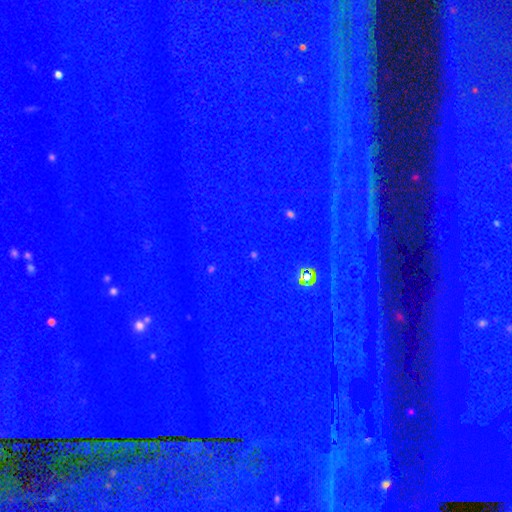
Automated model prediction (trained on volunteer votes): Smooth or featured? star or artifact (89%)